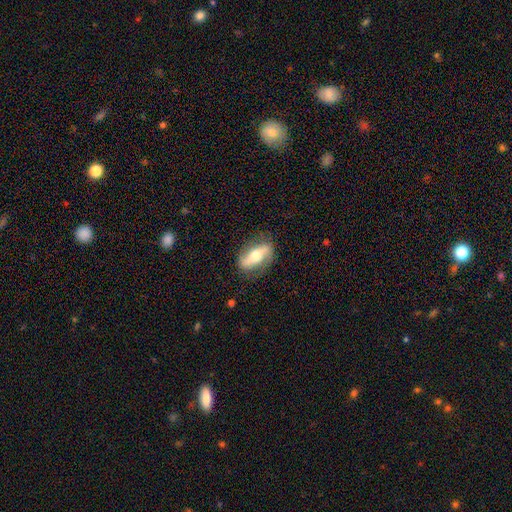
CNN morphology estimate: Smooth or featured: featured or disk — 63% (smooth — 31%)
Edge-on disk: no — 70% (yes — 30%)
Merging: none — 80% (minor disturbance — 14%)